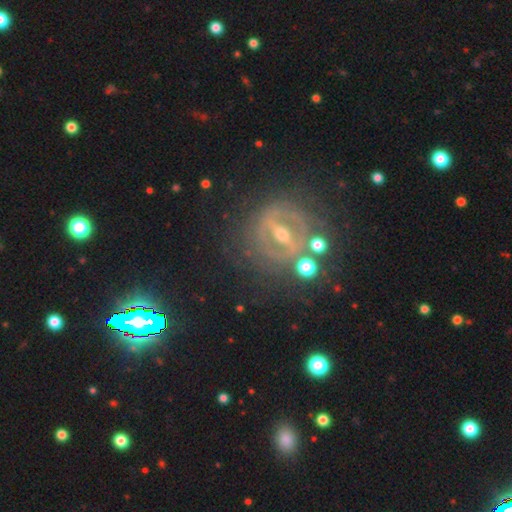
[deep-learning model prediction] Smooth or featured: featured or disk — 70% (star or artifact — 19%)
Edge-on disk: no — 88% (yes — 12%)
Bar: strong — 63% (weak — 26%)
Spiral arms: yes — 65% (no — 35%)
Bulge size: small — 52% (moderate — 42%)
Merging: none — 71% (minor disturbance — 14%)